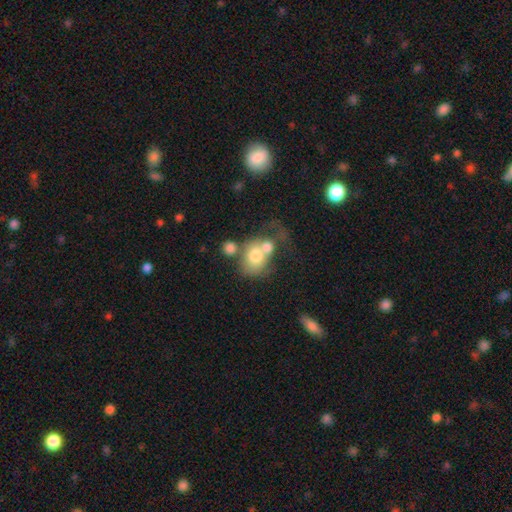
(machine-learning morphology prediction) The model was most divided on "how rounded": round: 55%, in between: 44%, cigar-shaped: 1%. More confident: smooth or featured — smooth (68%); merging — merger (60%).